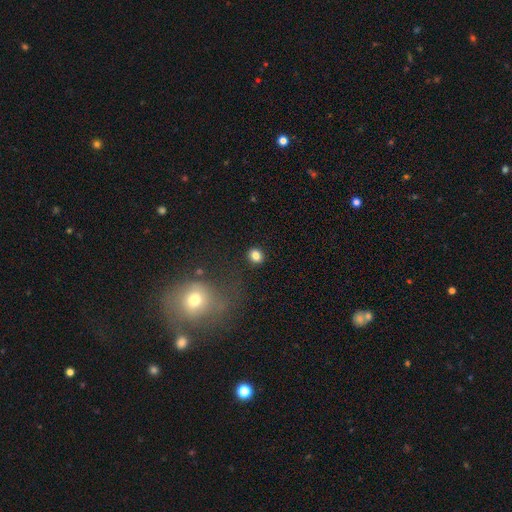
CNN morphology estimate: Smooth or featured? Predicted: smooth (p=0.83). How rounded? Predicted: round (p=0.74). Merging? Predicted: none (p=0.87).